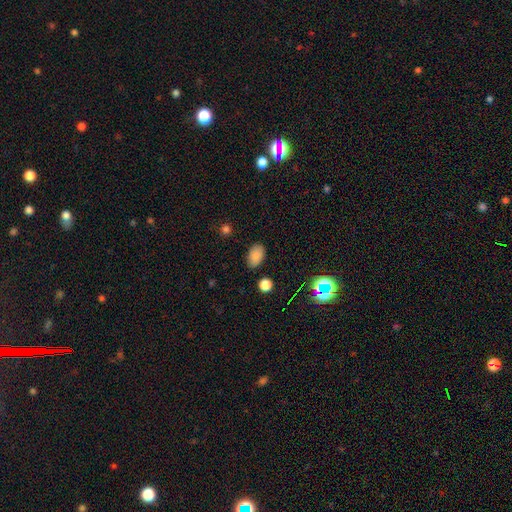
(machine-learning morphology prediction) This appears to be a smooth galaxy with no disk features (84%) that is in between round and cigar-shaped (90%). Merging: none (85%).